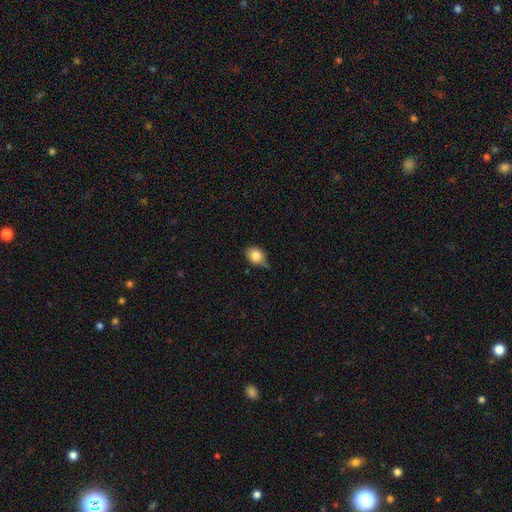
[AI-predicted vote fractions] The model was most divided on "how rounded": in between: 56%, round: 43%, cigar-shaped: 1%. More confident: smooth or featured — smooth (81%); merging — none (54%).